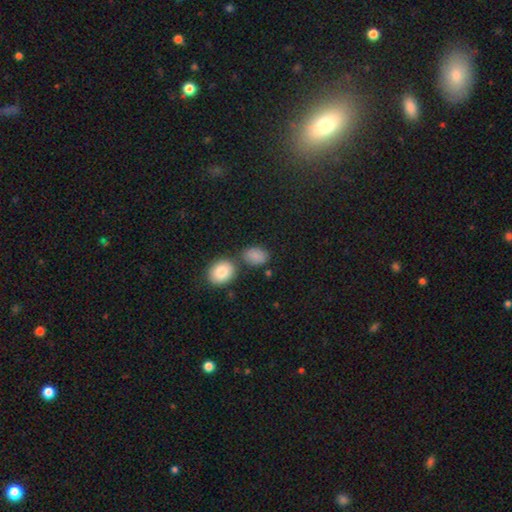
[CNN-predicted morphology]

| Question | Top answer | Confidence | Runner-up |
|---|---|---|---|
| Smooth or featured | smooth | 84% | star or artifact (10%) |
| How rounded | in between | 80% | round (19%) |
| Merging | none | 65% | minor disturbance (17%) |